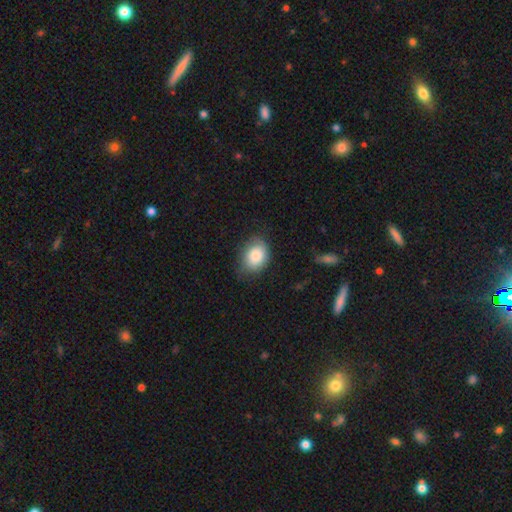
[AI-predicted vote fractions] Smooth or featured? Predicted: smooth (p=0.82). How rounded? Predicted: in between (p=0.64). Merging? Predicted: none (p=0.67).